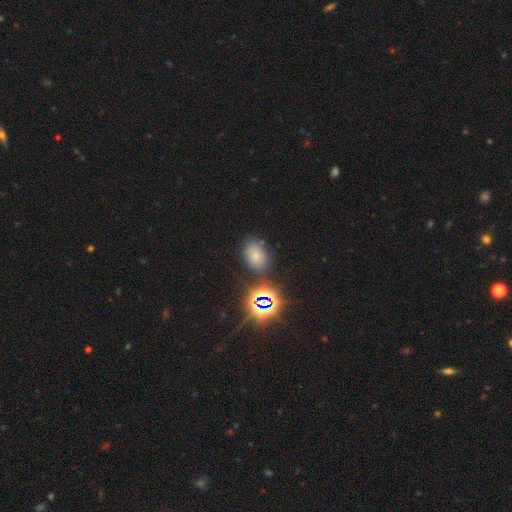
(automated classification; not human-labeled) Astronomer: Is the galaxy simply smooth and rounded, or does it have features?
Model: smooth — 60%.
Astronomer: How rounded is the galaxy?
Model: in between — 79%.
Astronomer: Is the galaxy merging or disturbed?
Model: none — 75%.